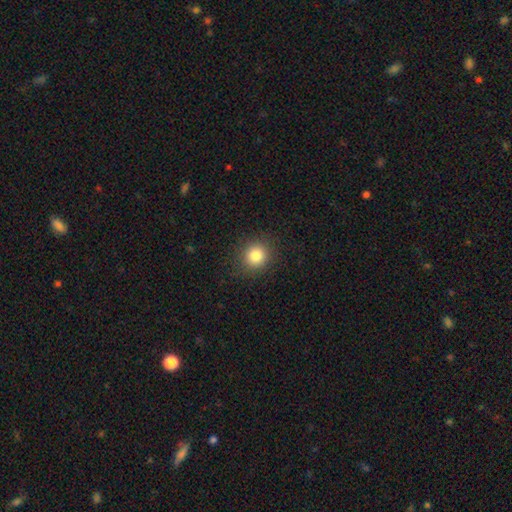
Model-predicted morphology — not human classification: A smooth galaxy with no disk features (82%) that is round (88%).

Vote fractions:
- Smooth or featured? smooth: 82% / star or artifact: 12% / featured or disk: 6%
- How rounded? round: 88% / in between: 11% / cigar-shaped: 1%
- Merging? none: 90% / minor disturbance: 7% / major disturbance: 3% / merger: 1%